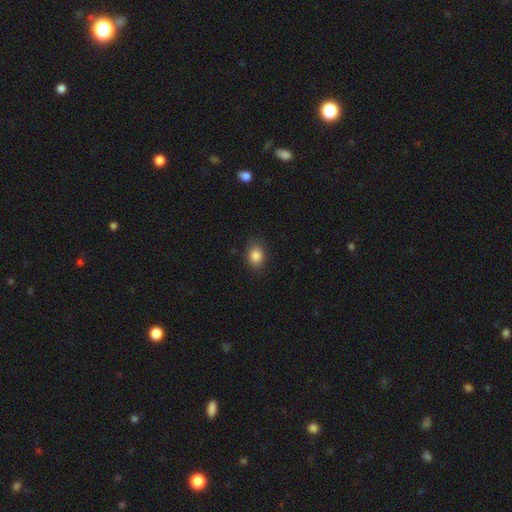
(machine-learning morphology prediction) A smooth galaxy with no disk features (86%) that is in between round and cigar-shaped (63%). Merging: none (85%).